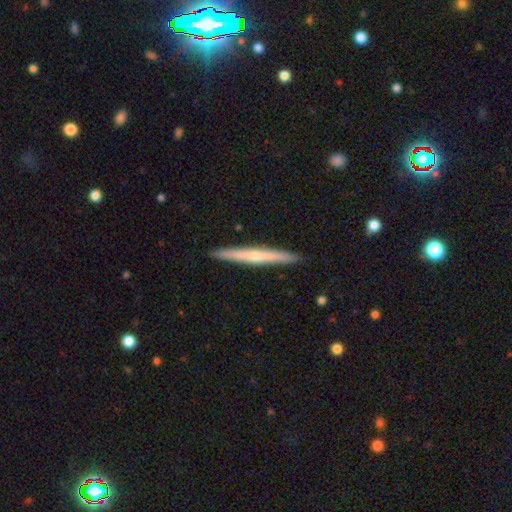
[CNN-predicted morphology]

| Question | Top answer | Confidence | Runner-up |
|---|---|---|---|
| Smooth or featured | featured or disk | 56% | smooth (39%) |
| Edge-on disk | yes | 97% | no (3%) |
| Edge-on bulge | rounded | 51% | none (45%) |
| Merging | none | 92% | minor disturbance (6%) |